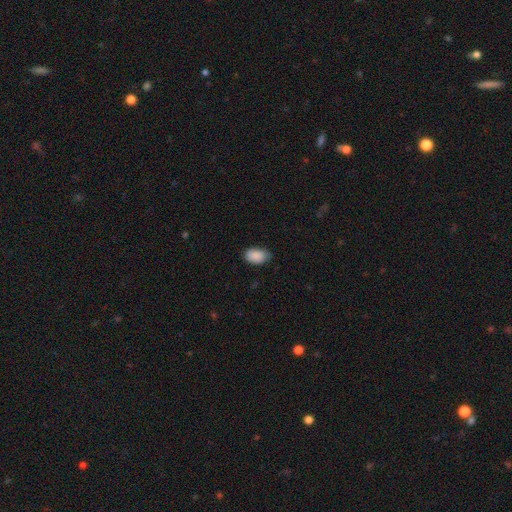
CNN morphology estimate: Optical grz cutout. It shows a smooth galaxy with no disk features (89%) that is in between round and cigar-shaped (91%). Merging: none (73%).